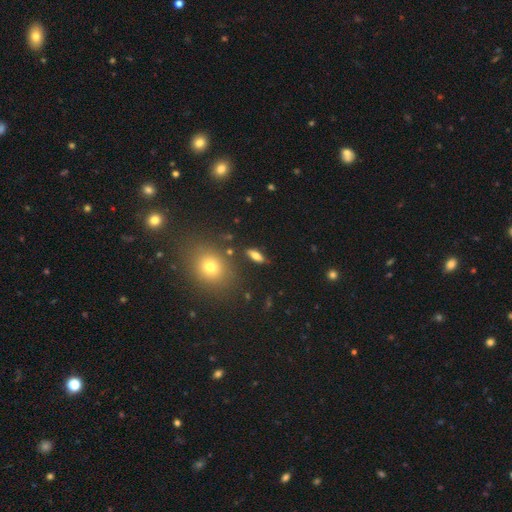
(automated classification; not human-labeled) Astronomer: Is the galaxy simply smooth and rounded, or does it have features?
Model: smooth — 65%.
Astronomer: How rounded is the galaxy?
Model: in between — 60%.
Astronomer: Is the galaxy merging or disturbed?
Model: none — 84%.